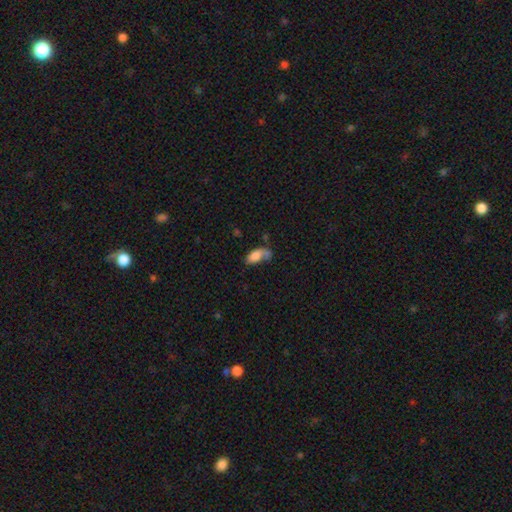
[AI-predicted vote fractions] A smooth galaxy with no disk features (70%) that is in between round and cigar-shaped (88%).

Vote fractions:
- Smooth or featured? smooth: 70% / featured or disk: 22% / star or artifact: 8%
- How rounded? in between: 88% / cigar-shaped: 7% / round: 5%
- Merging? none: 33% / major disturbance: 29% / minor disturbance: 24% / merger: 14%